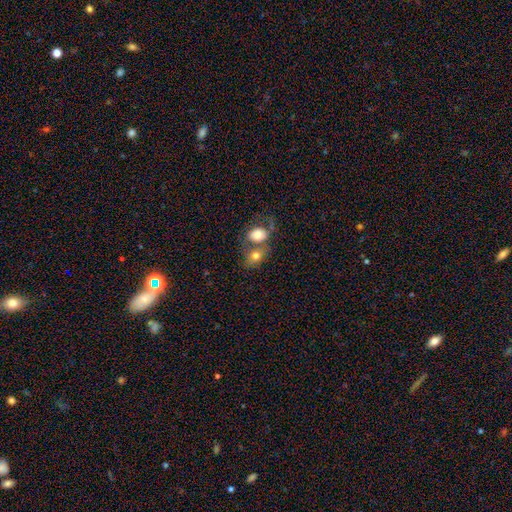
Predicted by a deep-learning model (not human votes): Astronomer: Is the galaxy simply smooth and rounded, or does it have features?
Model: smooth — 76%.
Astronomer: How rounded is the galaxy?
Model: in between — 61% (runner-up: round, 38%).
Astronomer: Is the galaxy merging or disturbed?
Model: merger — 58%.